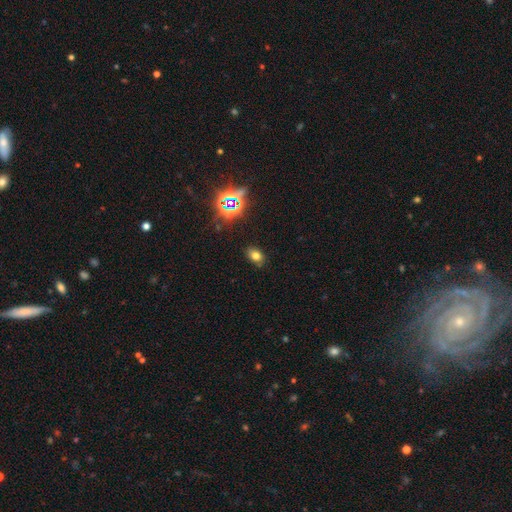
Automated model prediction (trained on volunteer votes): This is likely a smooth galaxy (67%). How rounded: likely in between (75%). Merging: clearly none (84%).